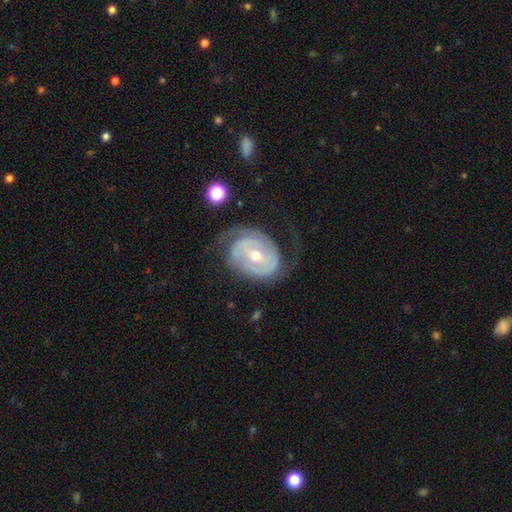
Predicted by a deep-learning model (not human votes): A featured or disk galaxy (82%) with a weak bar (39%), 2 (65%) tight (47%) spiral arms (82%) and a moderate central bulge (56%).

Vote fractions:
- Smooth or featured? featured or disk: 82% / smooth: 12% / star or artifact: 5%
- Edge-on disk? no: 96% / yes: 4%
- Bar? weak: 39% / no: 37% / strong: 25%
- Spiral arms? yes: 82% / no: 18%
- Spiral winding? tight: 47% / medium: 34% / loose: 19%
- Spiral arm count? 2: 65% / can't tell: 19% / 1: 6% / 3: 6% / 4: 2% / more than 4: 2%
- Bulge size? moderate: 56% / small: 40% / large: 2% / none: 1% / dominant: 1%
- Merging? none: 57% / major disturbance: 21% / minor disturbance: 20% / merger: 2%